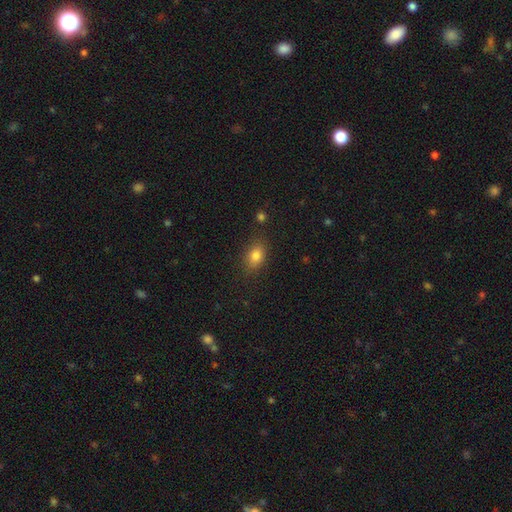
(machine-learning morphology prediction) smooth-or-featured: smooth: 82% | star or artifact: 11% | featured or disk: 8%
  how-rounded: in between: 76% | round: 22% | cigar-shaped: 2%
  merging: none: 81% | minor disturbance: 13% | major disturbance: 4% | merger: 2%